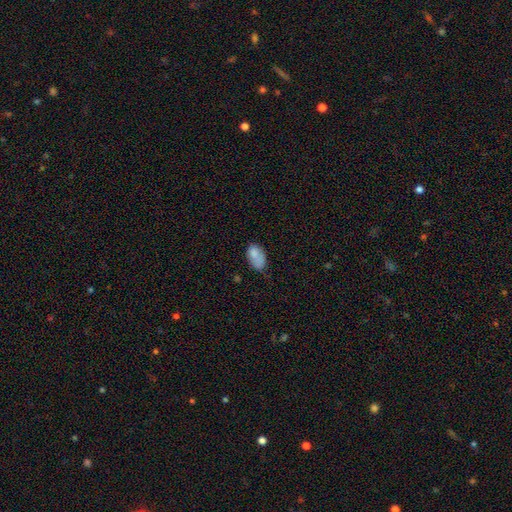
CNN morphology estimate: A smooth galaxy with no disk features (78%) that is in between round and cigar-shaped (90%). Merging: none (40%).